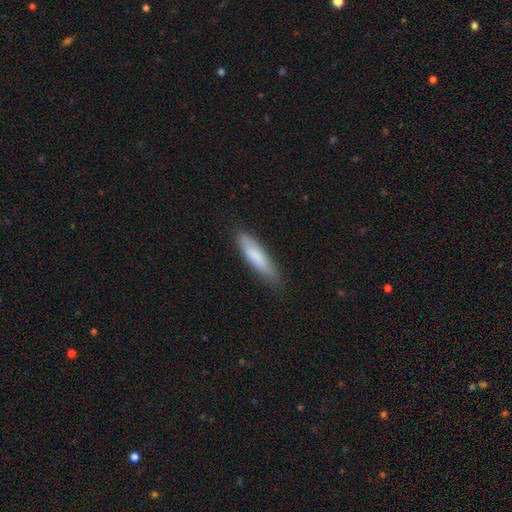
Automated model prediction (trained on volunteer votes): Smooth or featured: smooth — 83% (featured or disk — 12%)
How rounded: cigar-shaped — 75% (in between — 24%)
Merging: none — 83% (minor disturbance — 14%)